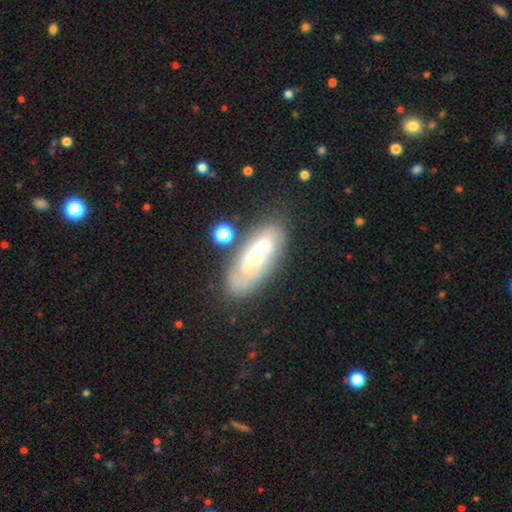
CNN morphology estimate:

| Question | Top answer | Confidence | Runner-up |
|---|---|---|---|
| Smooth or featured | featured or disk | 71% | smooth (22%) |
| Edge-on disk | no | 91% | yes (9%) |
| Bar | no | 53% | weak (36%) |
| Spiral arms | yes | 87% | no (13%) |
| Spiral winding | tight | 45% | medium (38%) |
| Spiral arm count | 2 | 54% | can't tell (25%) |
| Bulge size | small | 48% | moderate (40%) |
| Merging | none | 71% | minor disturbance (17%) |